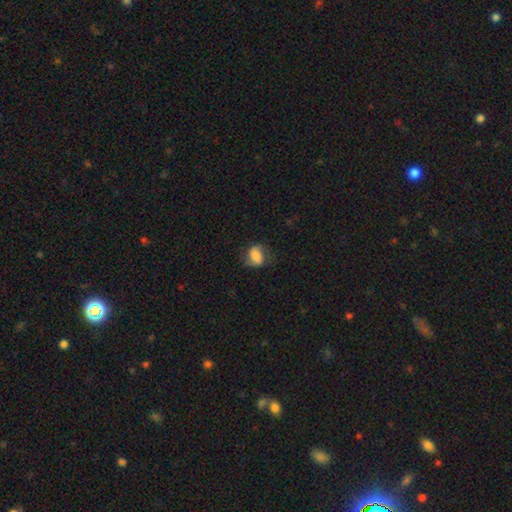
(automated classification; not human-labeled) The model was most divided on "smooth or featured": smooth: 51%, featured or disk: 40%, star or artifact: 9%. More confident: merging — none (65%); how rounded — in between (60%).